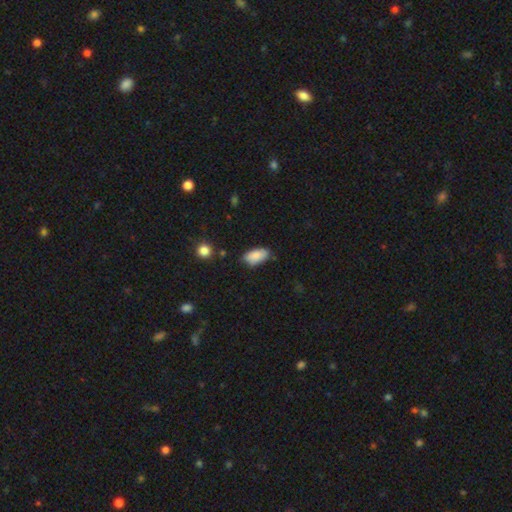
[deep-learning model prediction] Overall: smooth (87%). How rounded: in between (93%). Merging: none (74%).